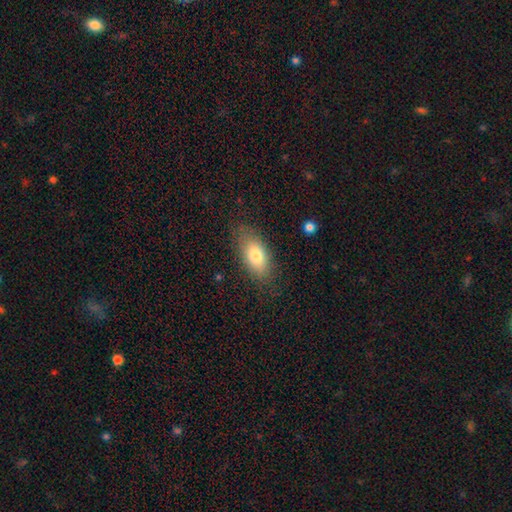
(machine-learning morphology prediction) smooth_or_featured: smooth (p=0.77) [alt: featured or disk p=0.15]
how_rounded: in between (p=0.87) [alt: cigar-shaped p=0.08]
merging: none (p=0.80) [alt: minor disturbance p=0.14]